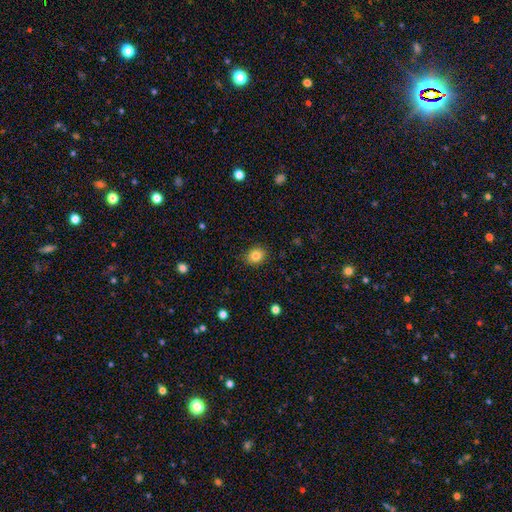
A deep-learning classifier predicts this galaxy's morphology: Q: Smooth or featured?
A: smooth (83%); runner-up: star or artifact (11%)
Q: How rounded?
A: round (63%); runner-up: in between (36%)
Q: Merging?
A: none (86%); runner-up: minor disturbance (11%)